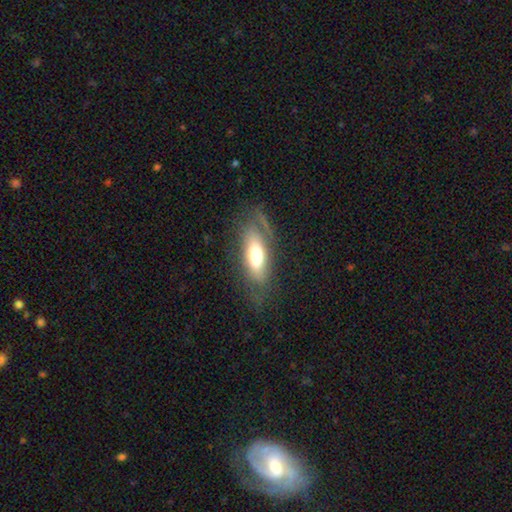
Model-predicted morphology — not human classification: smooth 55%, featured or disk 38%, star or artifact 7%. Down the decision tree: how rounded — in between (70%); merging — none (63%).